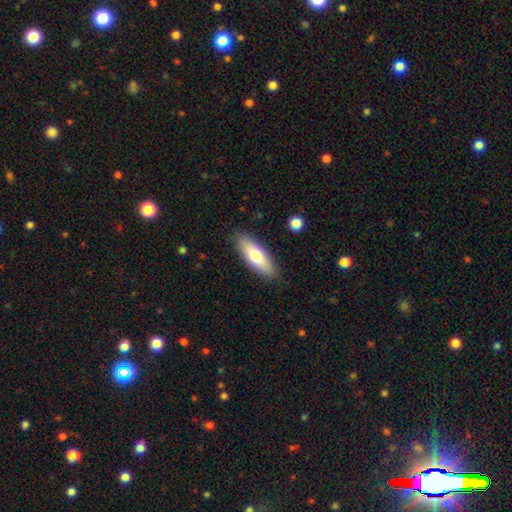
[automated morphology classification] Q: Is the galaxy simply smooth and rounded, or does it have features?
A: smooth — 72%.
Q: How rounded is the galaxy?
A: in between — 64%.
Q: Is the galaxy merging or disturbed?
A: none — 87%.